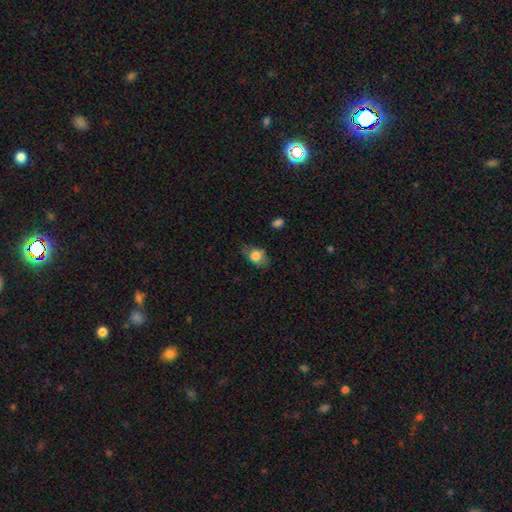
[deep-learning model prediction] This is likely a smooth galaxy (77%). How rounded: likely in between (68%). Merging: likely none (62%).